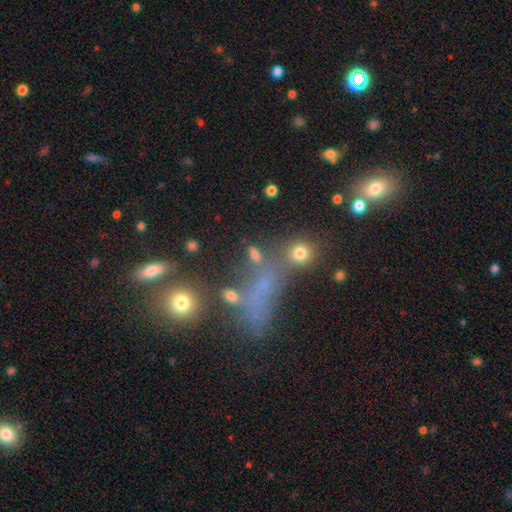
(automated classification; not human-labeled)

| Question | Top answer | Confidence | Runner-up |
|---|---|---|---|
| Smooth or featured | smooth | 61% | star or artifact (23%) |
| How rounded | in between | 40% | round (39%) |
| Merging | none | 57% | merger (19%) |